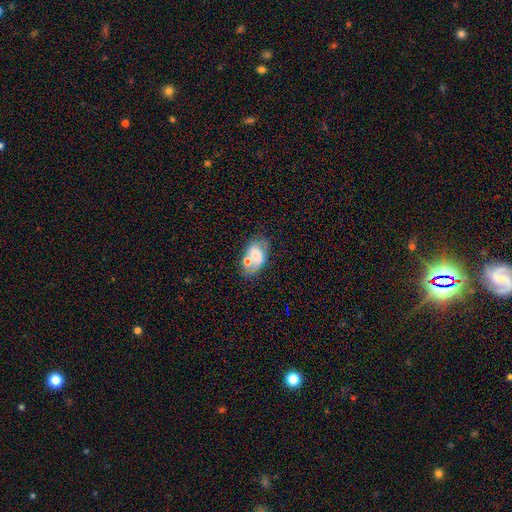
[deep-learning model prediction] Morphology: type=smooth (55%); roundness=in between (85%); merging=none (38%).